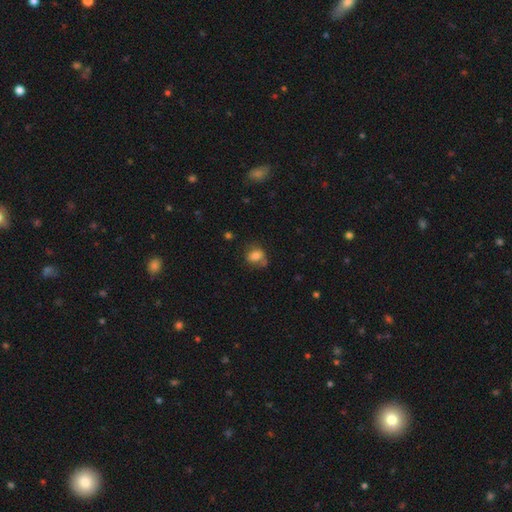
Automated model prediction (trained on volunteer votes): This appears to be a smooth galaxy with no disk features (75%) that is in between round and cigar-shaped (63%). Merging: none (54%).